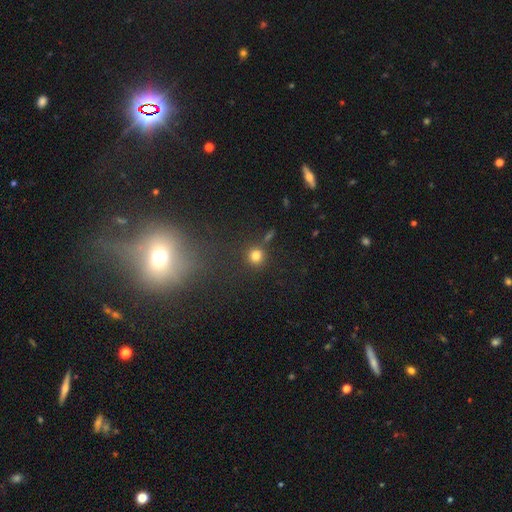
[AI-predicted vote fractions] The model was most divided on "smooth or featured": smooth: 79%, star or artifact: 15%, featured or disk: 6%. More confident: how rounded — round (92%); merging — none (77%).